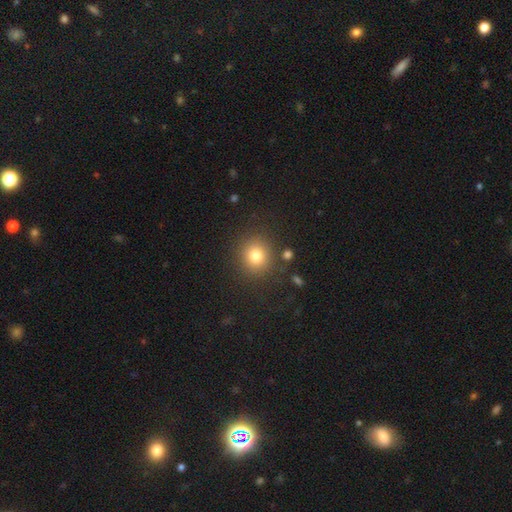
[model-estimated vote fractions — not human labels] smooth-or-featured: smooth: 79% | star or artifact: 13% | featured or disk: 8%
  how-rounded: round: 85% | in between: 14% | cigar-shaped: 1%
  merging: none: 85% | minor disturbance: 8% | major disturbance: 4% | merger: 3%